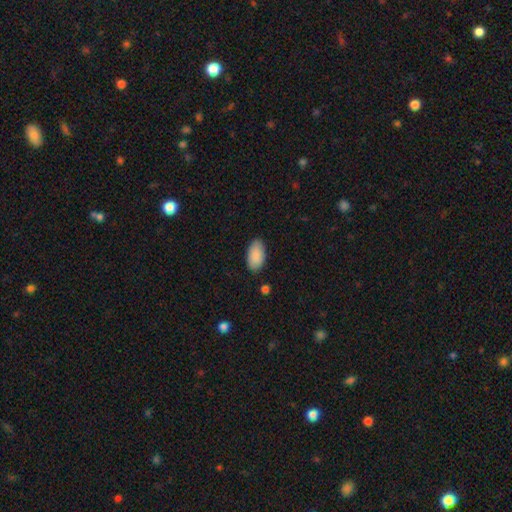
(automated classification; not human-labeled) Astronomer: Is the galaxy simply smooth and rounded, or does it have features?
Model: smooth — 89%.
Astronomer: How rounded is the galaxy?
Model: in between — 95%.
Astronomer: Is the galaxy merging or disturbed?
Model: none — 84%.